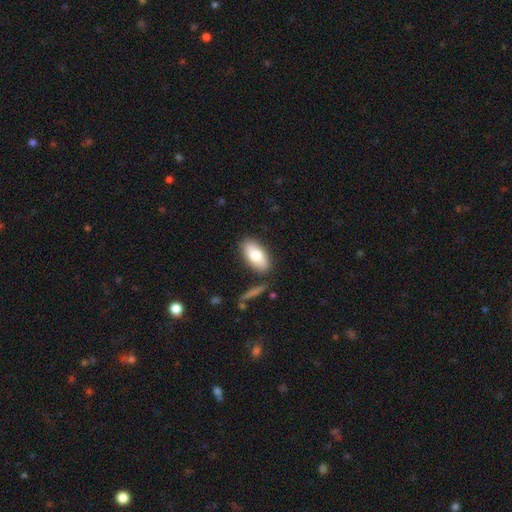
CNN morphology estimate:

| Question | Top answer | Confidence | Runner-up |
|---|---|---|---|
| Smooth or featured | smooth | 73% | featured or disk (21%) |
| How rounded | in between | 91% | cigar-shaped (5%) |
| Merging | none | 82% | minor disturbance (11%) |